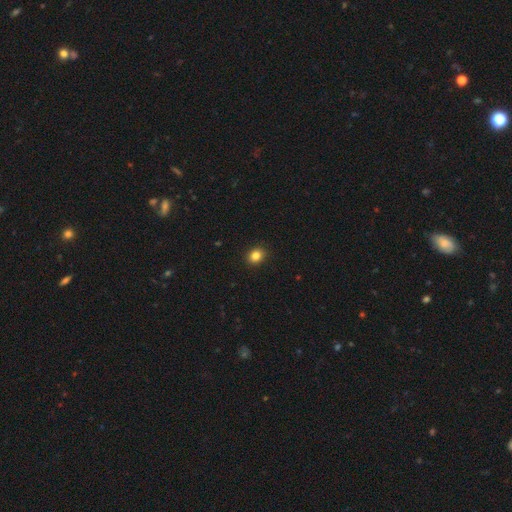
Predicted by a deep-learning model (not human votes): Smooth or featured: smooth — 84% (star or artifact — 11%)
How rounded: round — 62% (in between — 37%)
Merging: none — 91% (minor disturbance — 6%)